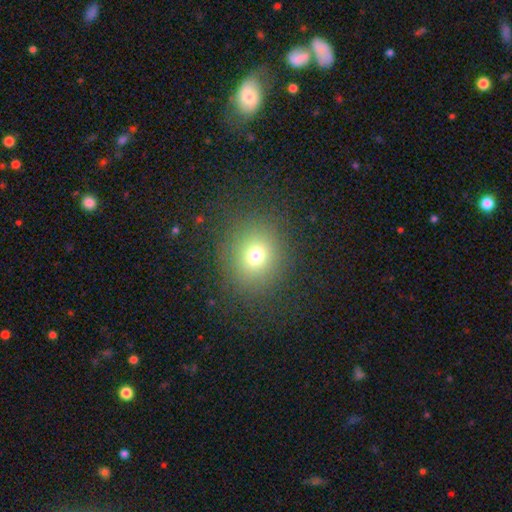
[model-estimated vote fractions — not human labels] Smooth or featured: smooth — 71% (star or artifact — 19%)
How rounded: round — 83% (in between — 16%)
Merging: none — 85% (minor disturbance — 8%)